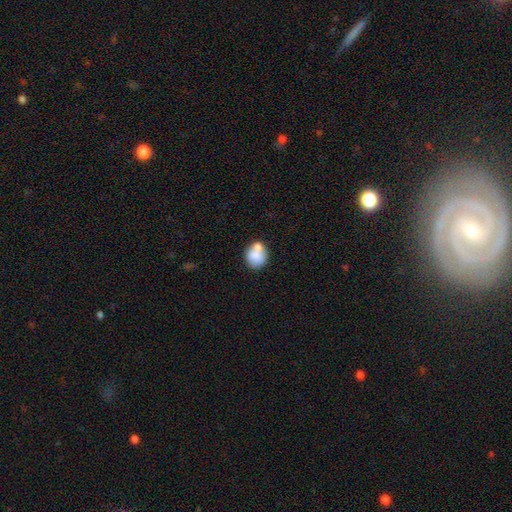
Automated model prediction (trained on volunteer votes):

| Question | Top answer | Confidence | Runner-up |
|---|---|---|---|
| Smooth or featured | smooth | 77% | featured or disk (15%) |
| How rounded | round | 68% | in between (31%) |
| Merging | none | 46% | merger (34%) |